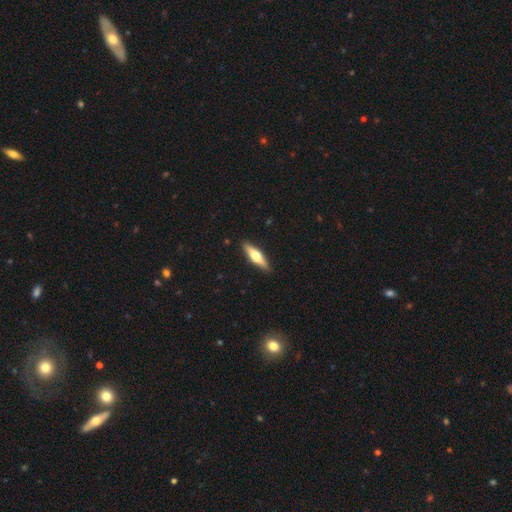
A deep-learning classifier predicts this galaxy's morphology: This appears to be a featured or disk galaxy (49%). Merging: none (90%).